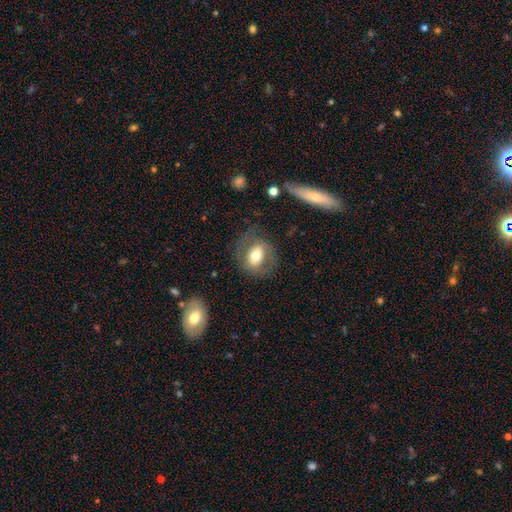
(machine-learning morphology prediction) smooth_or_featured: smooth (p=0.53) [alt: featured or disk p=0.39]
how_rounded: in between (p=0.53) [alt: round p=0.45]
merging: none (p=0.67) [alt: minor disturbance p=0.18]